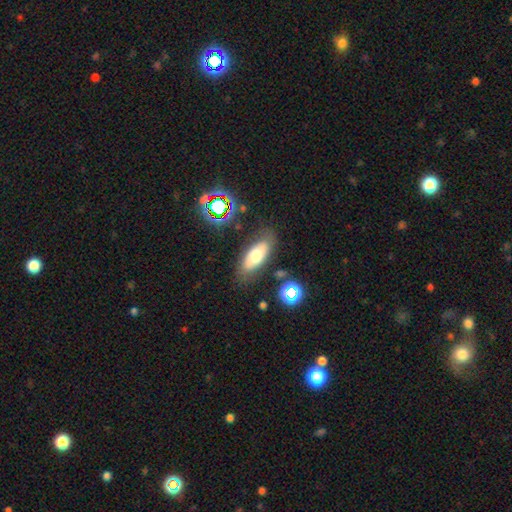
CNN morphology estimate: type=smooth (57%); roundness=in between (83%); merging=none (76%).